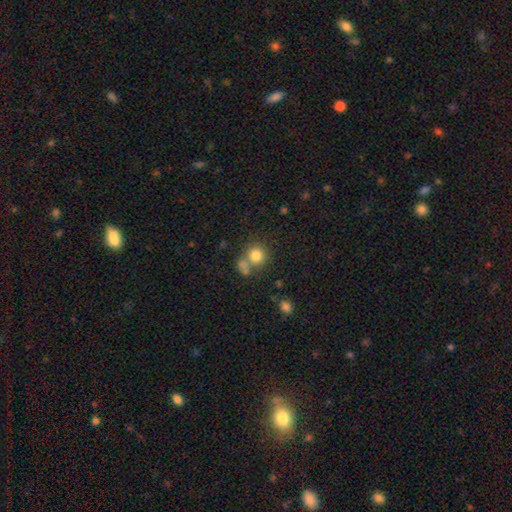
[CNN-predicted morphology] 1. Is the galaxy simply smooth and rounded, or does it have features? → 80% smooth, 11% star or artifact, 9% featured or disk.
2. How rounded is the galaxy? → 87% round, 12% in between, 1% cigar-shaped.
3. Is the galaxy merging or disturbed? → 56% none, 28% merger, 10% minor disturbance, 5% major disturbance.